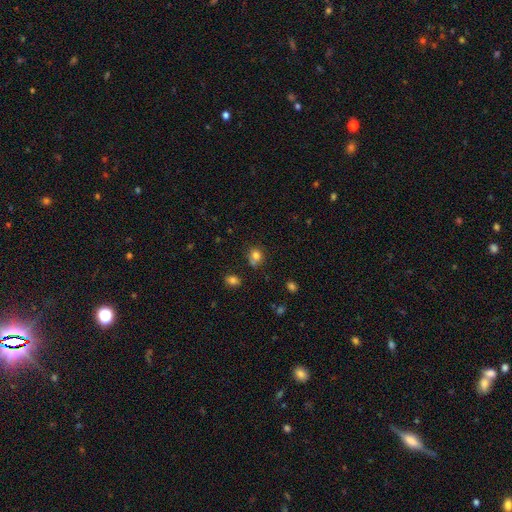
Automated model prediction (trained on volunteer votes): A smooth galaxy with no disk features (79%) that is round (73%).

Vote fractions:
- Smooth or featured? smooth: 79% / star or artifact: 13% / featured or disk: 8%
- How rounded? round: 73% / in between: 26% / cigar-shaped: 1%
- Merging? none: 61% / minor disturbance: 21% / merger: 13% / major disturbance: 6%